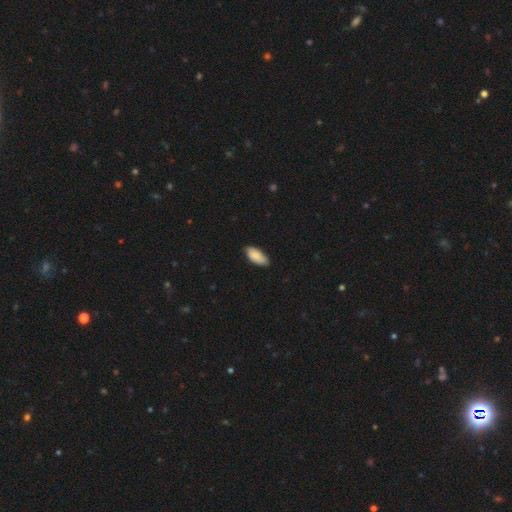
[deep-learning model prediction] smooth_or_featured: smooth (p=0.81) [alt: featured or disk p=0.13]
how_rounded: in between (p=0.91) [alt: cigar-shaped p=0.07]
merging: none (p=0.81) [alt: minor disturbance p=0.16]